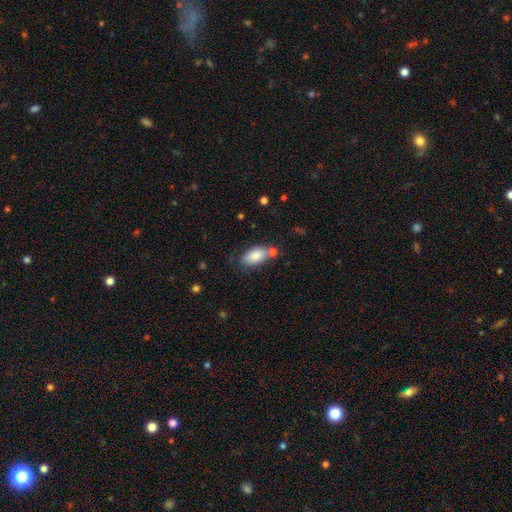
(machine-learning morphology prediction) smooth-or-featured: smooth: 84% | featured or disk: 9% | star or artifact: 7%
  how-rounded: in between: 92% | cigar-shaped: 5% | round: 4%
  merging: none: 63% | minor disturbance: 18% | merger: 14% | major disturbance: 5%